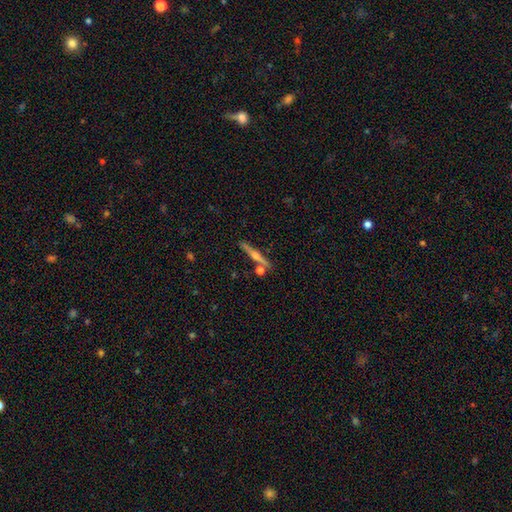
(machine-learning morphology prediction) Smooth or featured: featured or disk — 67% (smooth — 25%)
Edge-on disk: yes — 97% (no — 3%)
Edge-on bulge: rounded — 84% (none — 10%)
Merging: none — 81% (minor disturbance — 8%)